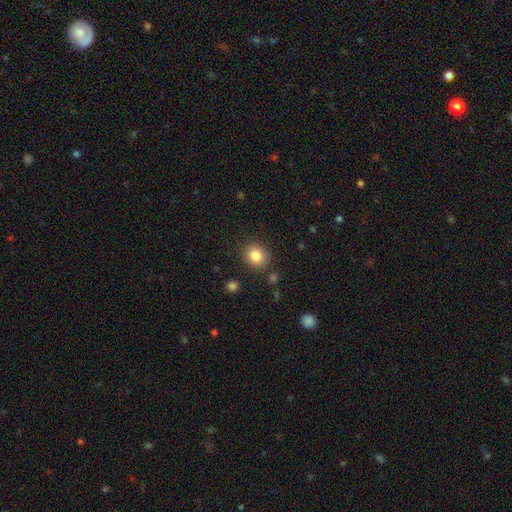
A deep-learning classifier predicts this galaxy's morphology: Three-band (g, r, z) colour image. It shows a smooth galaxy with no disk features (84%) that is round (72%). Merging: none (85%).